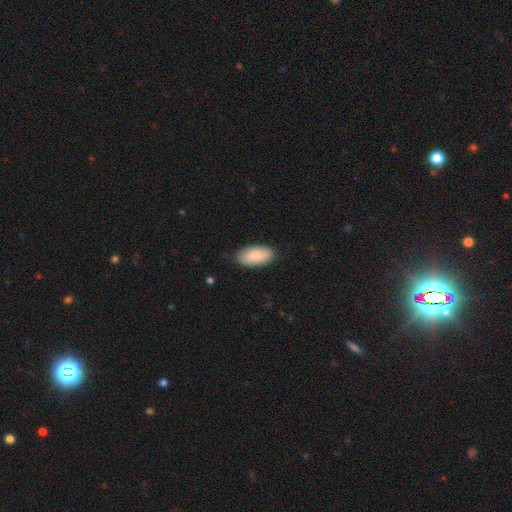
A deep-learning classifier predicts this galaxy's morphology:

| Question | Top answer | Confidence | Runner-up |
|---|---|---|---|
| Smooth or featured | smooth | 80% | featured or disk (15%) |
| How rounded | in between | 95% | cigar-shaped (3%) |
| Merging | none | 84% | minor disturbance (13%) |